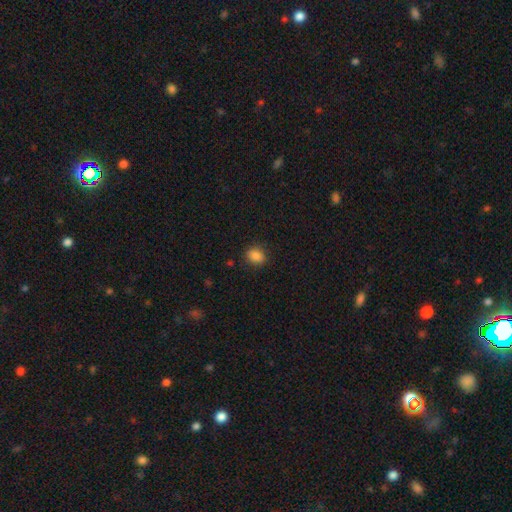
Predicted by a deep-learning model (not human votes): This appears to be a smooth galaxy with no disk features (85%) that is round (58%). Merging: none (86%).